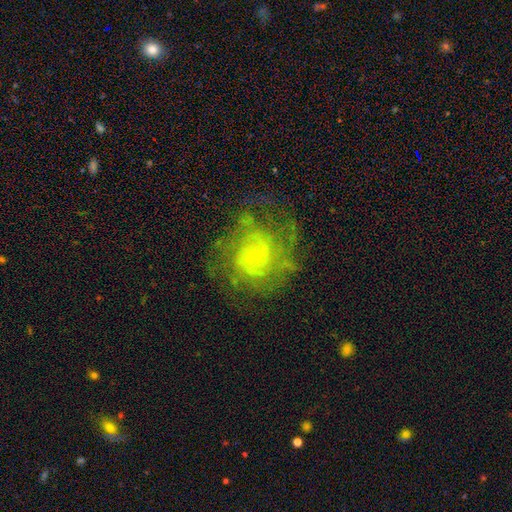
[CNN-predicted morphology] smooth_or_featured: featured or disk (p=0.73) [alt: smooth p=0.16]
disk_edge_on: no (p=0.98) [alt: yes p=0.02]
bar: weak (p=0.50) [alt: no p=0.41]
has_spiral_arms: yes (p=0.79) [alt: no p=0.21]
spiral_winding: medium (p=0.42) [alt: tight p=0.36]
spiral_arm_count: can't tell (p=0.43) [alt: 2 p=0.27]
bulge_size: small (p=0.59) [alt: none p=0.26]
merging: none (p=0.59) [alt: major disturbance p=0.20]